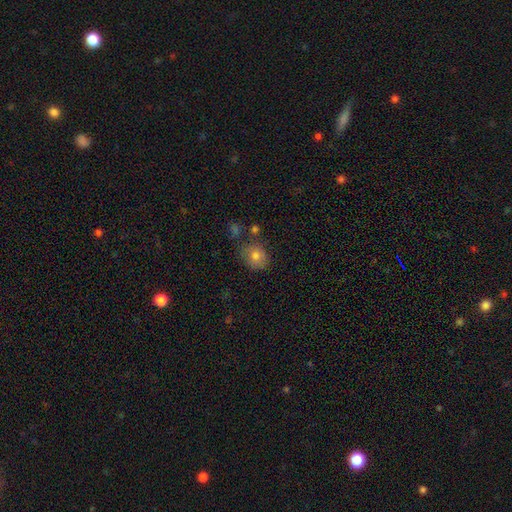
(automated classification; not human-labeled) Q: Smooth or featured?
A: smooth (78%); runner-up: featured or disk (11%)
Q: How rounded?
A: round (66%); runner-up: in between (33%)
Q: Merging?
A: none (71%); runner-up: minor disturbance (17%)